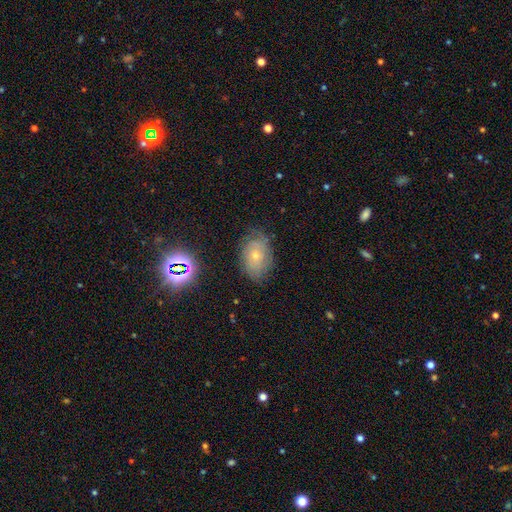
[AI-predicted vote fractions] smooth-or-featured: smooth: 43% | featured or disk: 42% | star or artifact: 14%
  merging: none: 70% | minor disturbance: 21% | major disturbance: 7% | merger: 2%